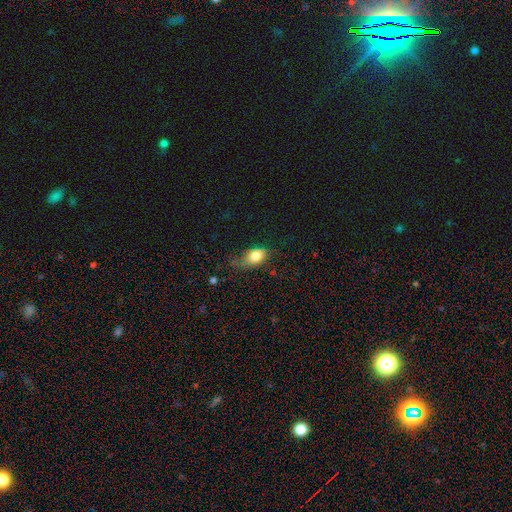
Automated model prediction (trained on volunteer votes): This is clearly a smooth galaxy (81%). How rounded: clearly in between (80%). Merging: possibly none (47%).